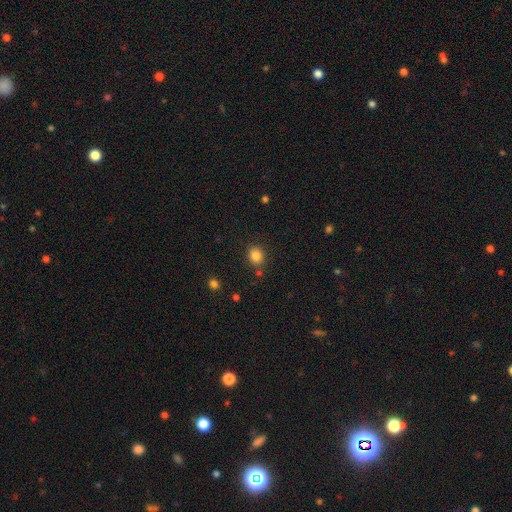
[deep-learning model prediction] smooth_or_featured: smooth (p=0.85) [alt: star or artifact p=0.11]
how_rounded: round (p=0.73) [alt: in between p=0.26]
merging: none (p=0.82) [alt: minor disturbance p=0.10]